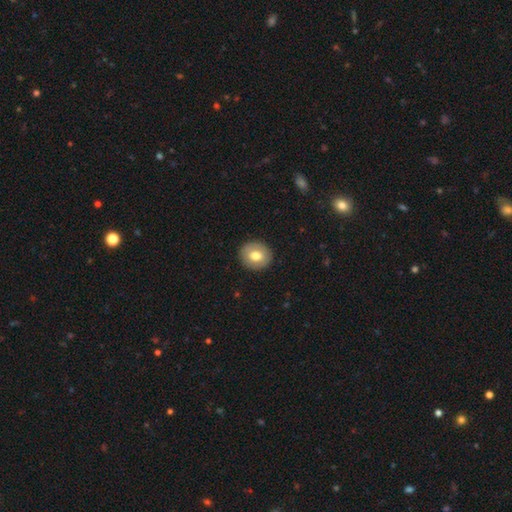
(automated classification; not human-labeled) Smooth or featured?
  - smooth: 72% *
  - featured or disk: 21%
  - star or artifact: 7%
How rounded?
  - round: 74% *
  - in between: 25%
  - cigar-shaped: 1%
Merging?
  - none: 90% *
  - minor disturbance: 7%
  - major disturbance: 2%
  - merger: 1%